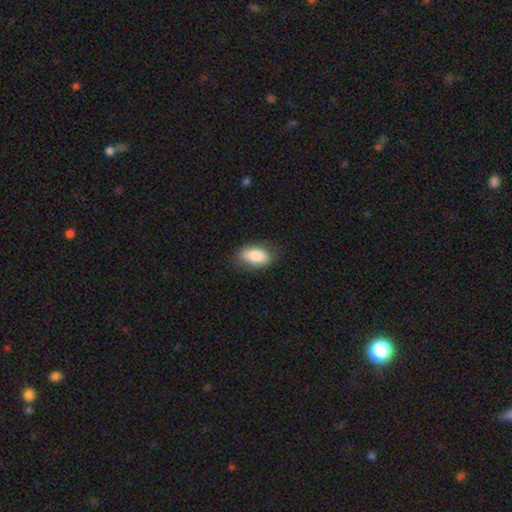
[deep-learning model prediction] A smooth galaxy with no disk features (82%) that is in between round and cigar-shaped (91%).

Vote fractions:
- Smooth or featured? smooth: 82% / featured or disk: 11% / star or artifact: 7%
- How rounded? in between: 91% / round: 6% / cigar-shaped: 3%
- Merging? none: 81% / minor disturbance: 15% / major disturbance: 4% / merger: 1%